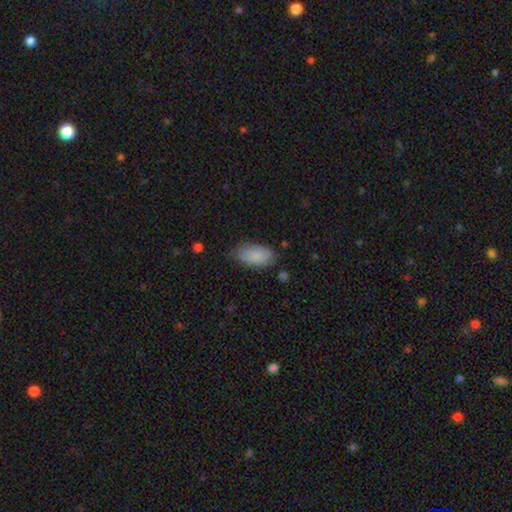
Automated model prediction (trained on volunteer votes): The model was most divided on "merging": none: 72%, minor disturbance: 22%, major disturbance: 4%, merger: 2%. More confident: how rounded — in between (93%); smooth or featured — smooth (87%).